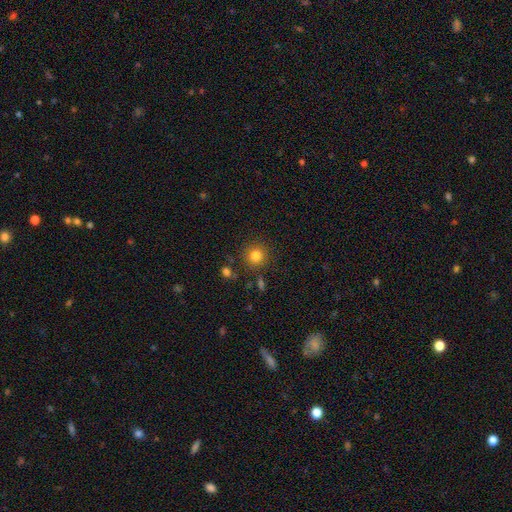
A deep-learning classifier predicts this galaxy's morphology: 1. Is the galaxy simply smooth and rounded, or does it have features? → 82% smooth, 12% star or artifact, 6% featured or disk.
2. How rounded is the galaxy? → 92% round, 7% in between, 1% cigar-shaped.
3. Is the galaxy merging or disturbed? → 85% none, 8% minor disturbance, 3% merger, 3% major disturbance.